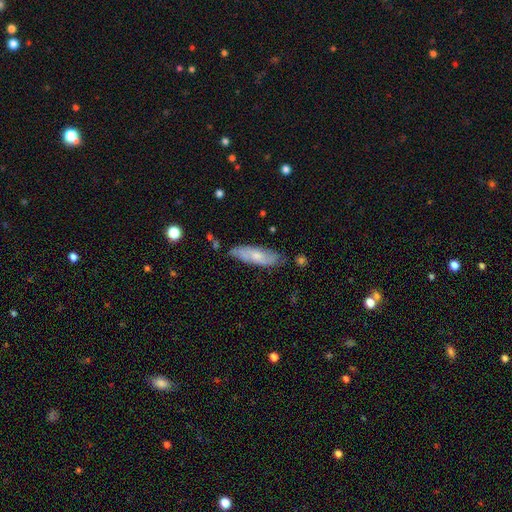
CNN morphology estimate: smooth 49%, featured or disk 44%, star or artifact 6%. Down the decision tree: merging — none (74%).